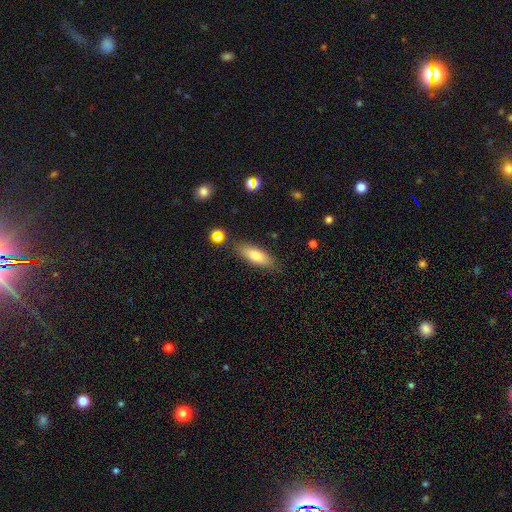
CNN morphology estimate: smooth_or_featured: smooth (p=0.74) [alt: featured or disk p=0.19]
how_rounded: in between (p=0.64) [alt: cigar-shaped p=0.34]
merging: none (p=0.80) [alt: minor disturbance p=0.13]